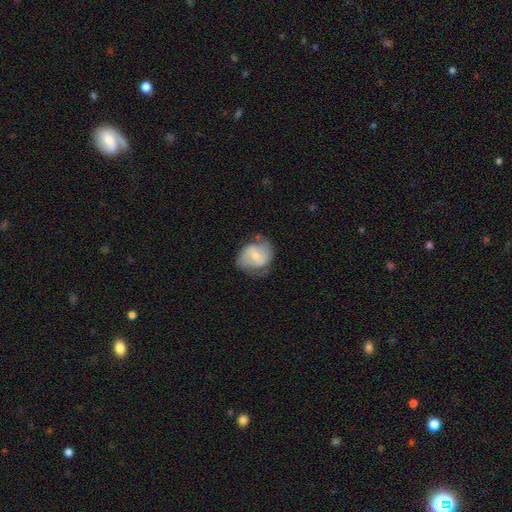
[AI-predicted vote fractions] featured or disk 58%, smooth 36%, star or artifact 6%. Down the decision tree: edge-on disk — no (97%); bar — weak (50%); spiral arms — yes (79%); bulge size — small (49%); merging — none (59%).